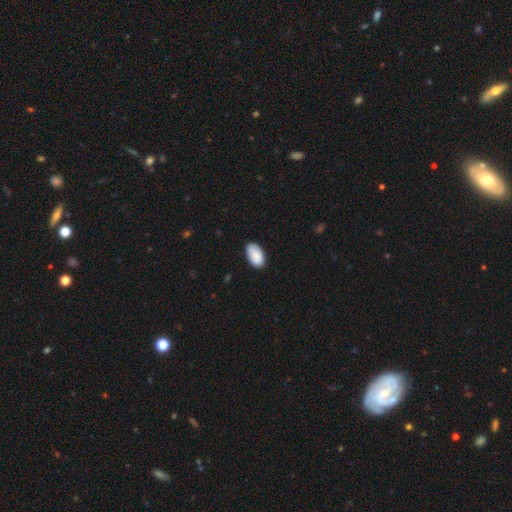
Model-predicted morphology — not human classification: Smooth or featured?
  - smooth: 87% *
  - star or artifact: 7%
  - featured or disk: 6%
How rounded?
  - in between: 95% *
  - round: 4%
  - cigar-shaped: 1%
Merging?
  - none: 76% *
  - minor disturbance: 20%
  - major disturbance: 3%
  - merger: 1%